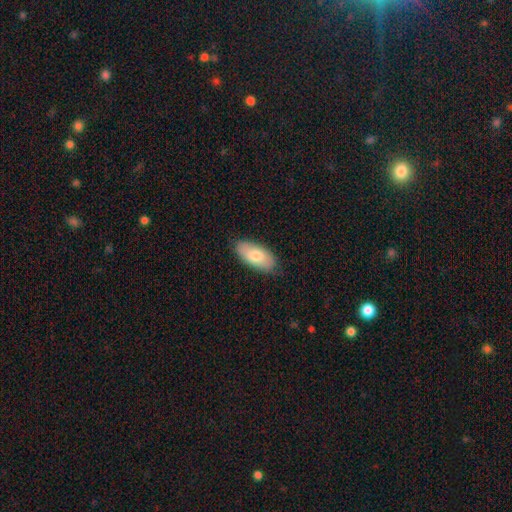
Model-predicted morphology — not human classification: Q: Smooth or featured?
A: smooth (77%); runner-up: featured or disk (17%)
Q: How rounded?
A: in between (91%); runner-up: cigar-shaped (6%)
Q: Merging?
A: none (83%); runner-up: minor disturbance (13%)